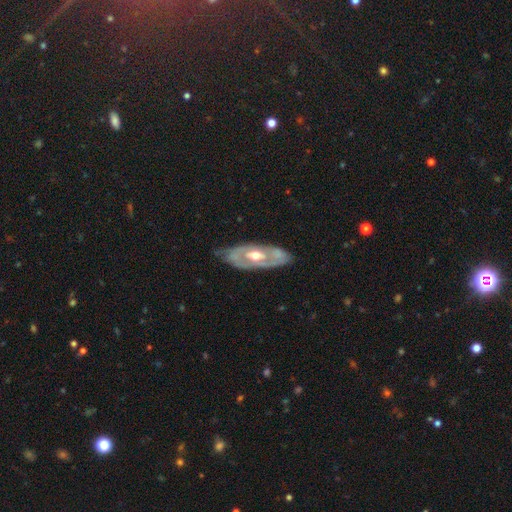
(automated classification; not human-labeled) Morphology: type=featured or disk (75%); edge-on=no (83%); bar=no (65%); spiral arms=yes (53%); bulge=moderate (75%); merging=none (66%).